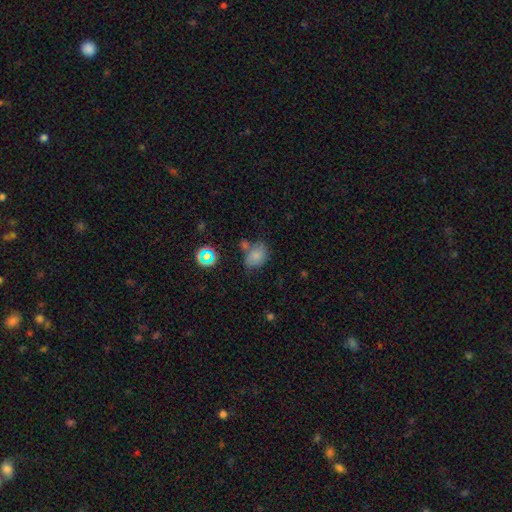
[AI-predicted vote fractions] Overall: smooth (72%). How rounded: in between (66%; round 33%). Merging: none (48%; minor disturbance 22%).